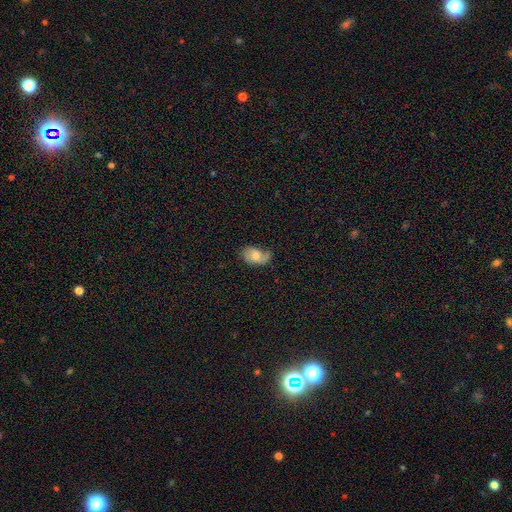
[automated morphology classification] A smooth galaxy with no disk features (64%) that is in between round and cigar-shaped (89%). Merging: none (43%).